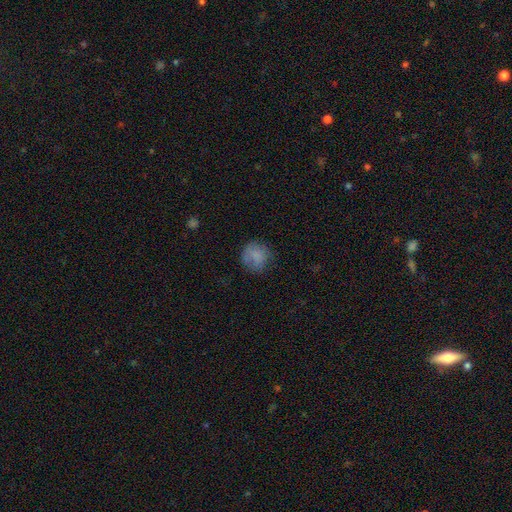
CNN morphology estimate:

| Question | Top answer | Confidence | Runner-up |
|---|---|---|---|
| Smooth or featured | smooth | 77% | featured or disk (13%) |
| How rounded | round | 84% | in between (15%) |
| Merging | none | 67% | minor disturbance (22%) |